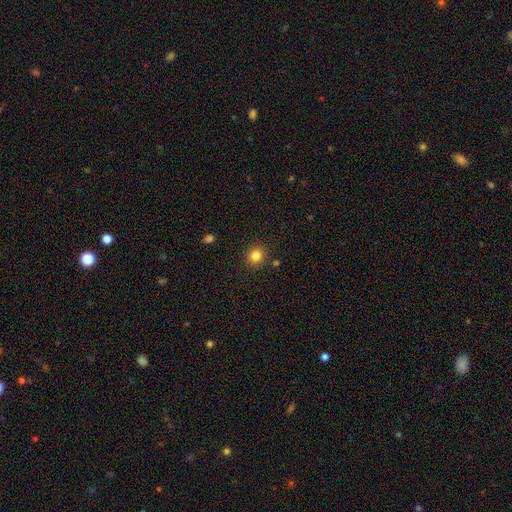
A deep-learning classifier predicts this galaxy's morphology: The model was most divided on "smooth or featured": smooth: 83%, star or artifact: 12%, featured or disk: 5%. More confident: merging — none (88%); how rounded — round (87%).